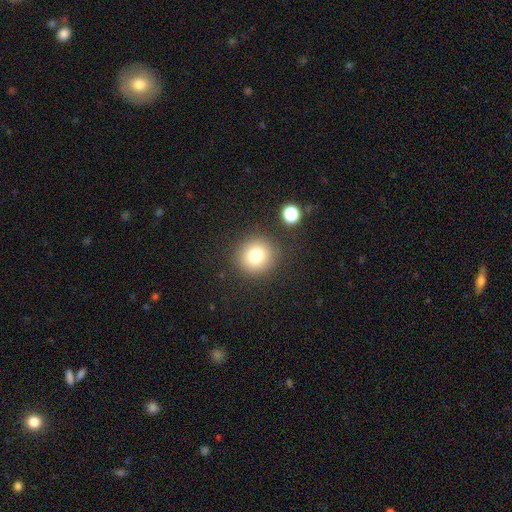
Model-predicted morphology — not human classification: This is likely a smooth galaxy (78%). How rounded: clearly round (92%). Merging: clearly none (88%).